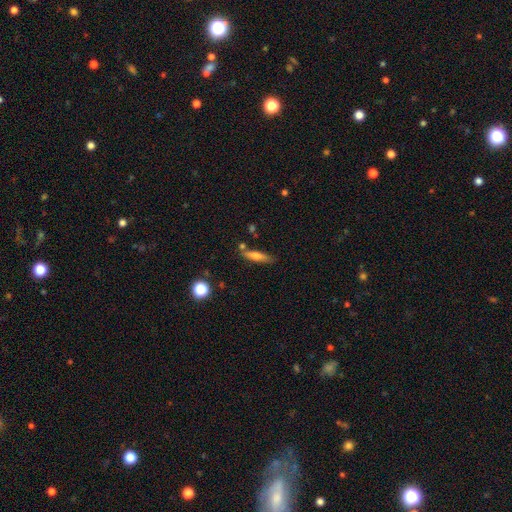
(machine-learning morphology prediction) smooth 61%, featured or disk 31%, star or artifact 8%. Down the decision tree: how rounded — cigar-shaped (77%); merging — none (74%).